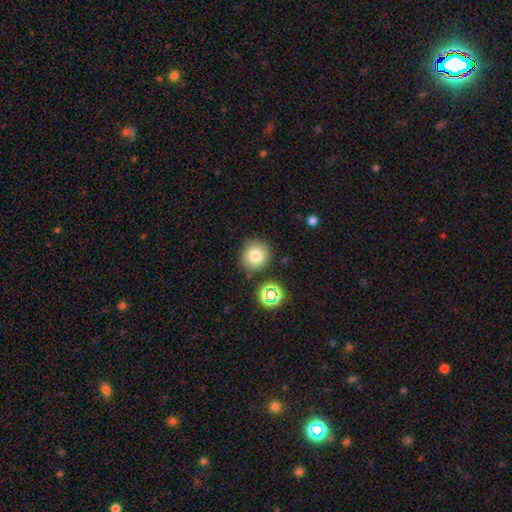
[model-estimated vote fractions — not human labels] This is likely a smooth galaxy (78%). How rounded: clearly round (91%). Merging: clearly none (81%).